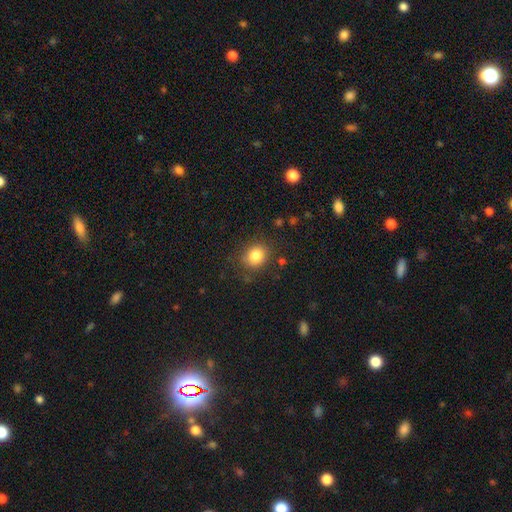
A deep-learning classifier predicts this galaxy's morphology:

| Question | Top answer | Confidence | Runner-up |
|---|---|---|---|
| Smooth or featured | smooth | 83% | star or artifact (11%) |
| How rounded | round | 68% | in between (31%) |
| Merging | none | 82% | minor disturbance (12%) |